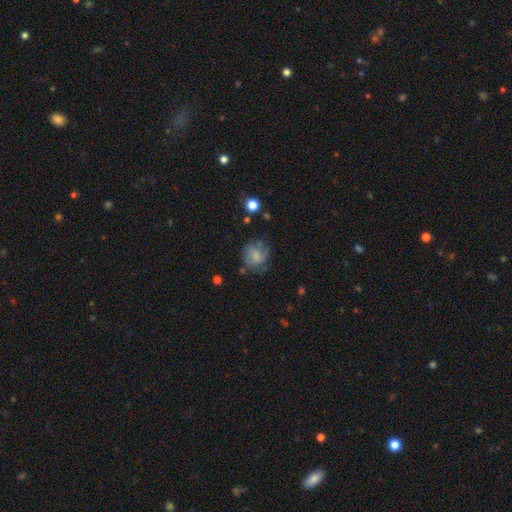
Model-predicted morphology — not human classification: Smooth or featured: smooth — 55% (featured or disk — 36%)
How rounded: round — 77% (in between — 22%)
Merging: none — 55% (minor disturbance — 25%)